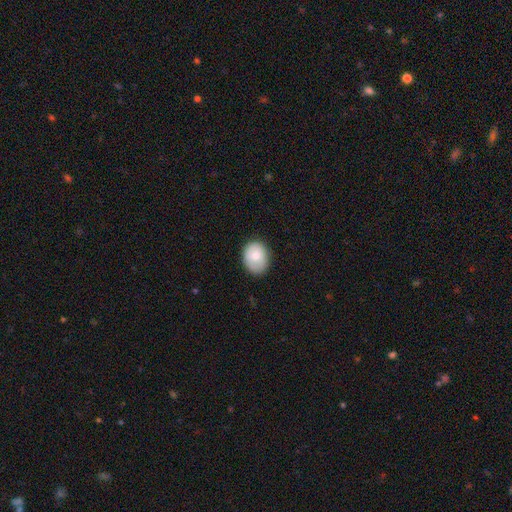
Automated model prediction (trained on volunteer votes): smooth_or_featured: smooth (p=0.79) [alt: featured or disk p=0.14]
how_rounded: in between (p=0.53) [alt: round p=0.46]
merging: none (p=0.78) [alt: minor disturbance p=0.17]